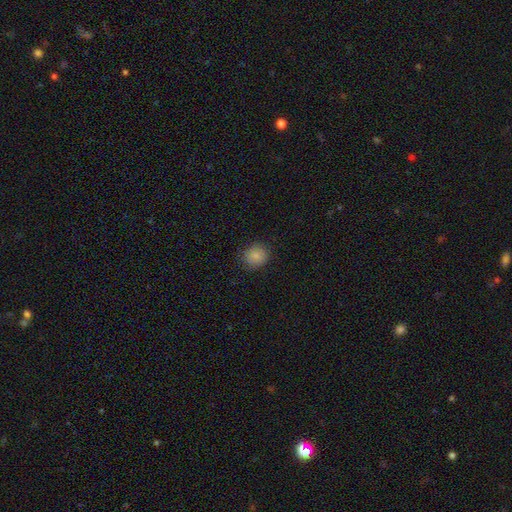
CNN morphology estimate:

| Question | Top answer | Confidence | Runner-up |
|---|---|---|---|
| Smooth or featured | smooth | 84% | star or artifact (10%) |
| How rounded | round | 82% | in between (17%) |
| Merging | none | 85% | minor disturbance (11%) |